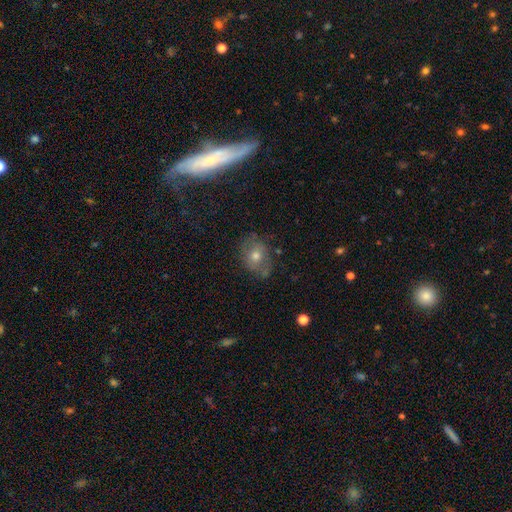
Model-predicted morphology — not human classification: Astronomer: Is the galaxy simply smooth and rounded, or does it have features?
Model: smooth — 47% (runner-up: featured or disk, 36%).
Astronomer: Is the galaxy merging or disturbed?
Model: none — 70%.